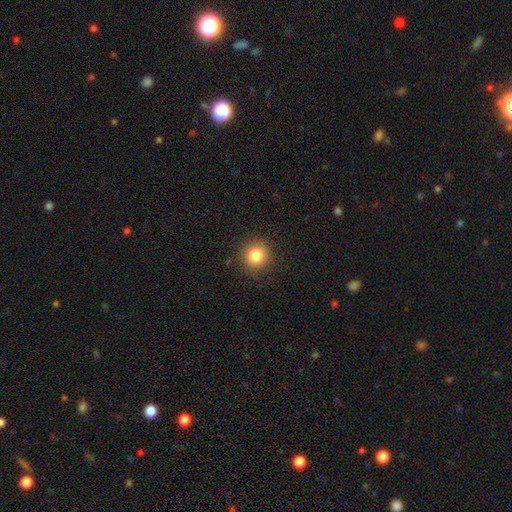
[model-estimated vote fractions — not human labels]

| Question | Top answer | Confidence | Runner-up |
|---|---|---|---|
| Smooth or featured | smooth | 82% | star or artifact (11%) |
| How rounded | round | 91% | in between (8%) |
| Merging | none | 89% | minor disturbance (8%) |